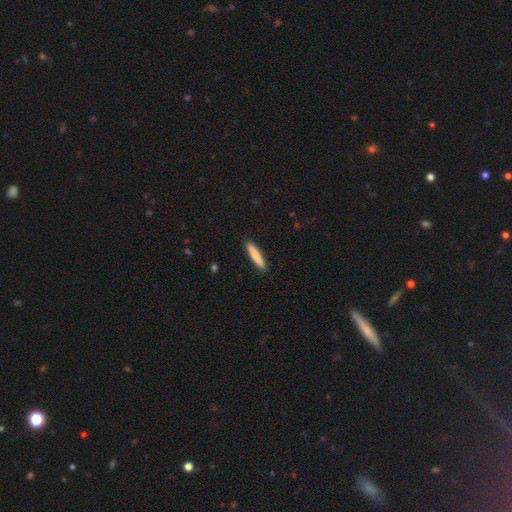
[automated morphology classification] smooth_or_featured: smooth (p=0.78) [alt: featured or disk p=0.17]
how_rounded: cigar-shaped (p=0.88) [alt: in between p=0.11]
merging: none (p=0.91) [alt: minor disturbance p=0.06]